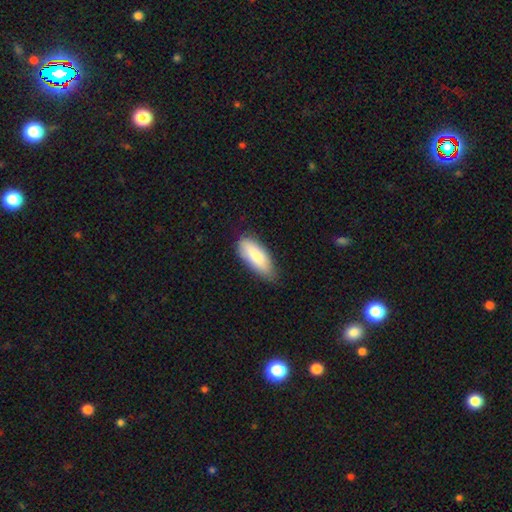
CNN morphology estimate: Overall: smooth (84%). How rounded: in between (76%). Merging: none (71%).